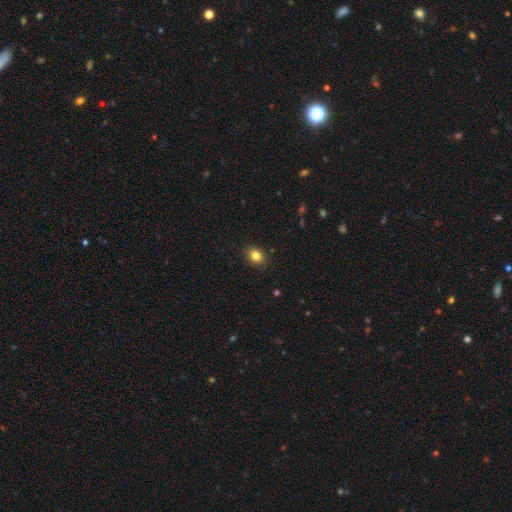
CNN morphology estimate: Q: Smooth or featured?
A: smooth (82%); runner-up: star or artifact (11%)
Q: How rounded?
A: round (57%); runner-up: in between (42%)
Q: Merging?
A: none (88%); runner-up: minor disturbance (9%)